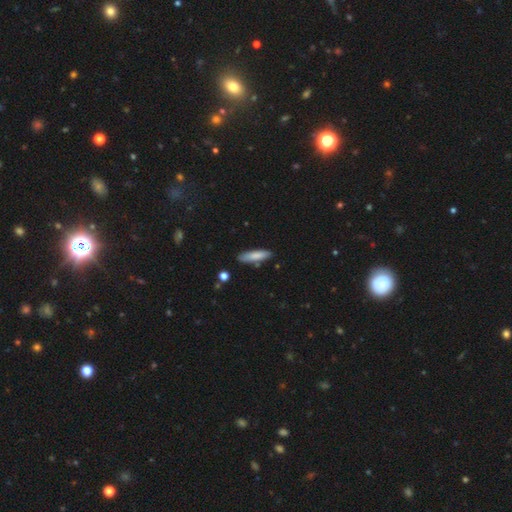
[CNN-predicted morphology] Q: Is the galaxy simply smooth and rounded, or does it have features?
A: smooth — 81%.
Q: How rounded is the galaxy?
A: cigar-shaped — 69%.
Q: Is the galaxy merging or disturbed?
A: none — 81%.